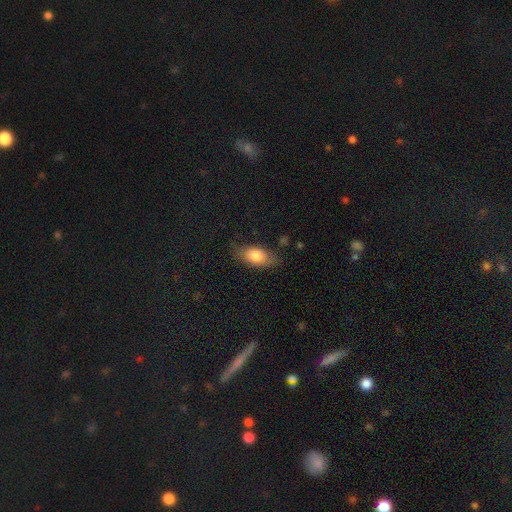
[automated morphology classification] smooth_or_featured: smooth (p=0.79) [alt: featured or disk p=0.14]
how_rounded: in between (p=0.87) [alt: cigar-shaped p=0.07]
merging: none (p=0.76) [alt: minor disturbance p=0.18]